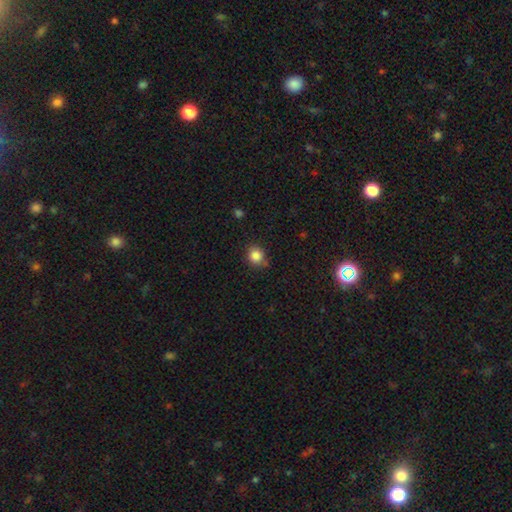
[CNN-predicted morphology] Smooth or featured?
  - smooth: 84% *
  - star or artifact: 11%
  - featured or disk: 5%
How rounded?
  - round: 81% *
  - in between: 18%
  - cigar-shaped: 1%
Merging?
  - none: 77% *
  - minor disturbance: 17%
  - major disturbance: 3%
  - merger: 3%